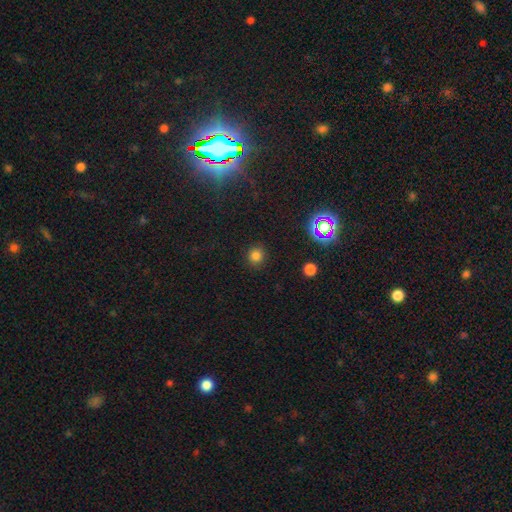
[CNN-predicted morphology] Smooth or featured? smooth (78%)
How rounded? round (88%)
Merging? none (88%)